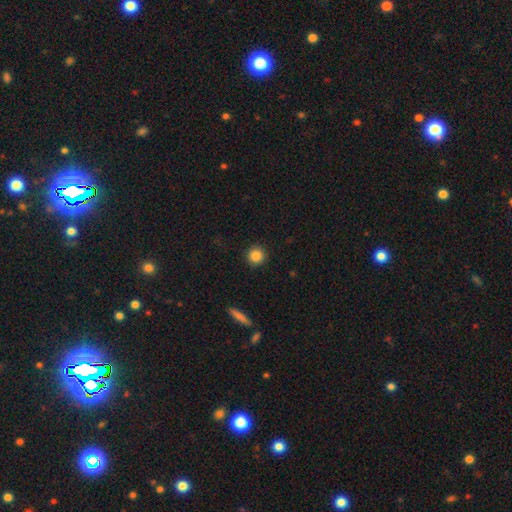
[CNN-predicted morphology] Smooth or featured? smooth (85%)
How rounded? round (95%)
Merging? none (92%)